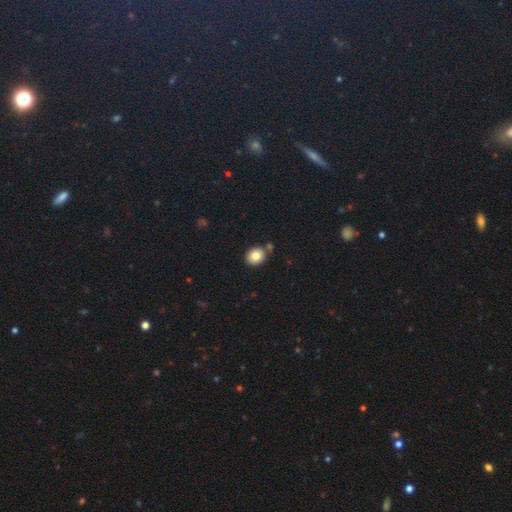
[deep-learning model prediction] A smooth galaxy with no disk features (83%) that is round (61%). Merging: none (77%).